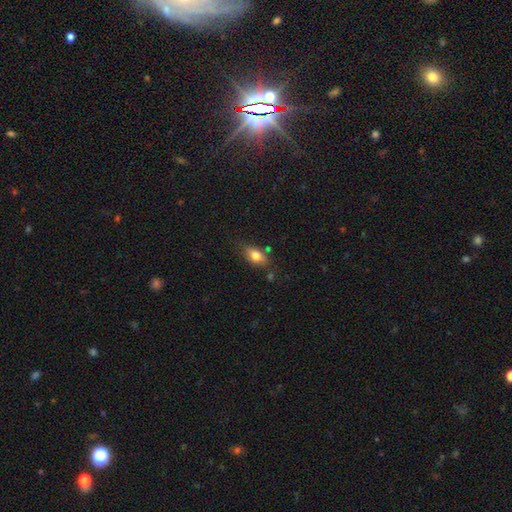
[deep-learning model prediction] Smooth or featured? Predicted: smooth (p=0.78). How rounded? Predicted: in between (p=0.83). Merging? Predicted: none (p=0.68).